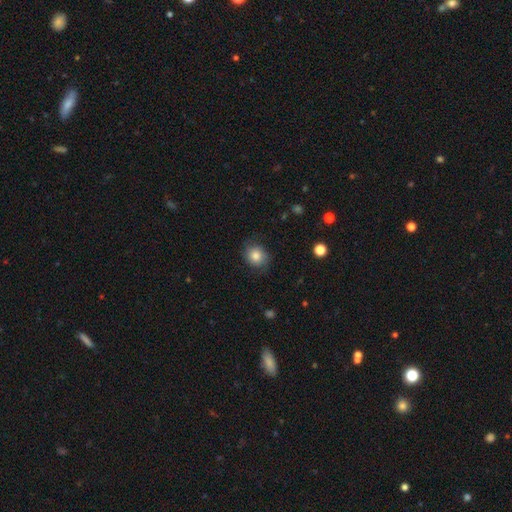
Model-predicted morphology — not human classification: Q: Smooth or featured?
A: smooth (77%); runner-up: featured or disk (14%)
Q: How rounded?
A: round (70%); runner-up: in between (29%)
Q: Merging?
A: none (74%); runner-up: minor disturbance (19%)